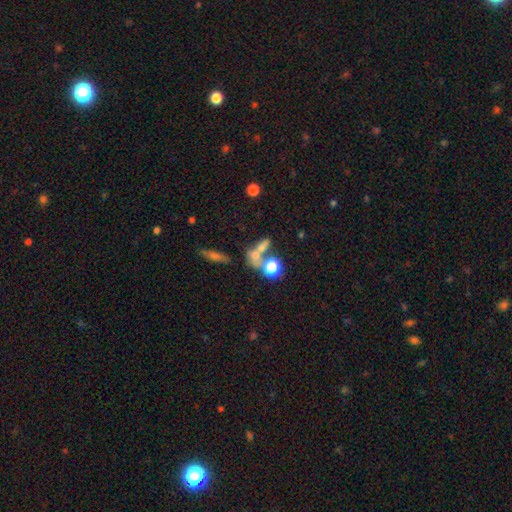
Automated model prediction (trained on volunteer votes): This appears to be a smooth galaxy with no disk features (59%) that is round (47%). Merging: merger (49%).